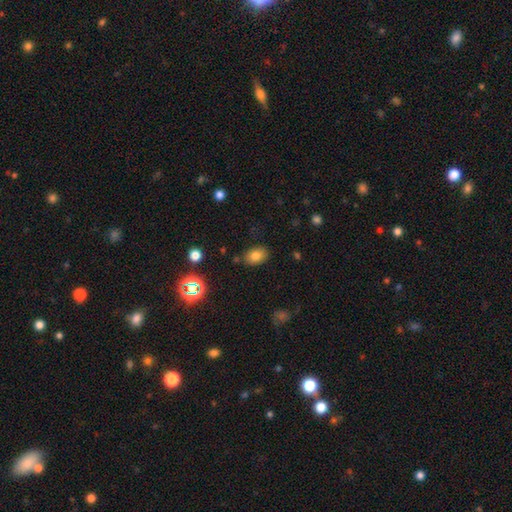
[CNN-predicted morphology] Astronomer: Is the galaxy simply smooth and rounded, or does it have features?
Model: smooth — 78%.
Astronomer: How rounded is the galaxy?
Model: in between — 80%.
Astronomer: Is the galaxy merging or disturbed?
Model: none — 82%.